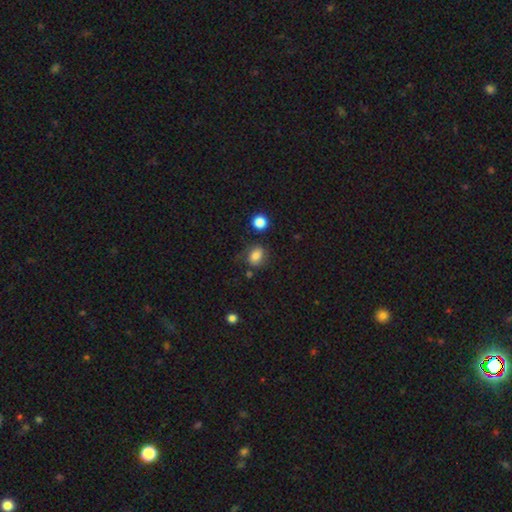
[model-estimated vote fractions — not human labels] smooth-or-featured: smooth: 77% | featured or disk: 12% | star or artifact: 11%
  how-rounded: in between: 57% | round: 42% | cigar-shaped: 1%
  merging: none: 63% | minor disturbance: 22% | major disturbance: 10% | merger: 5%